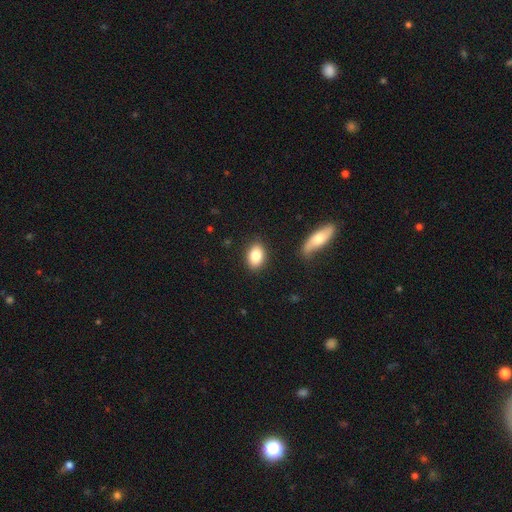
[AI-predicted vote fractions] smooth 84%, featured or disk 9%, star or artifact 7%. Down the decision tree: how rounded — in between (85%); merging — none (88%).